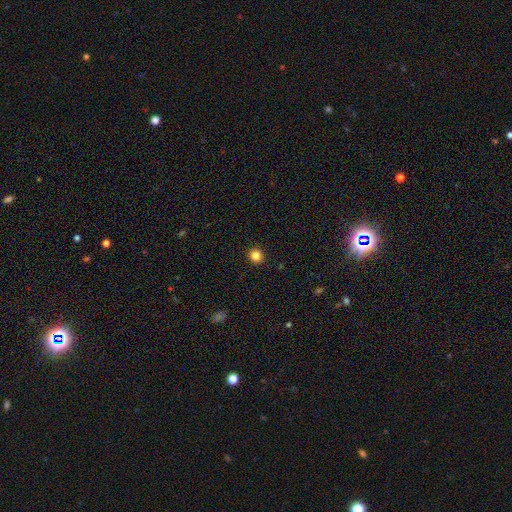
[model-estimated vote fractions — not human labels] Q: Smooth or featured?
A: smooth (84%); runner-up: star or artifact (12%)
Q: How rounded?
A: round (94%); runner-up: in between (5%)
Q: Merging?
A: none (93%); runner-up: minor disturbance (4%)